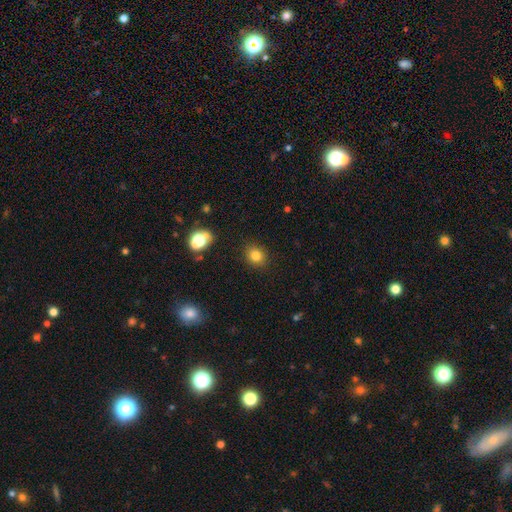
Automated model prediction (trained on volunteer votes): Smooth or featured: smooth — 81% (star or artifact — 13%)
How rounded: round — 67% (in between — 32%)
Merging: none — 88% (minor disturbance — 8%)